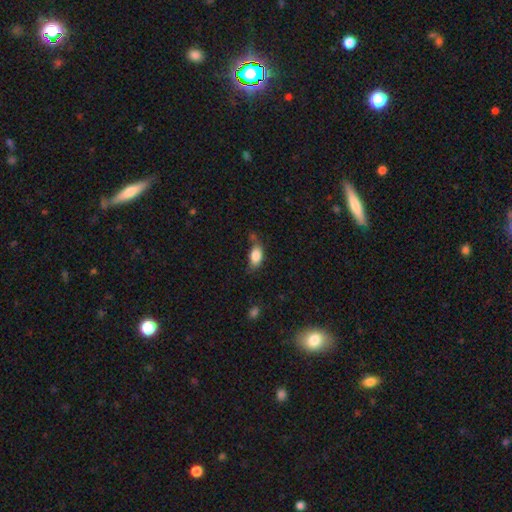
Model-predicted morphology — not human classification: A smooth galaxy with no disk features (84%) that is in between round and cigar-shaped (90%).

Vote fractions:
- Smooth or featured? smooth: 84% / featured or disk: 8% / star or artifact: 8%
- How rounded? in between: 90% / round: 5% / cigar-shaped: 5%
- Merging? none: 48% / minor disturbance: 32% / major disturbance: 11% / merger: 9%